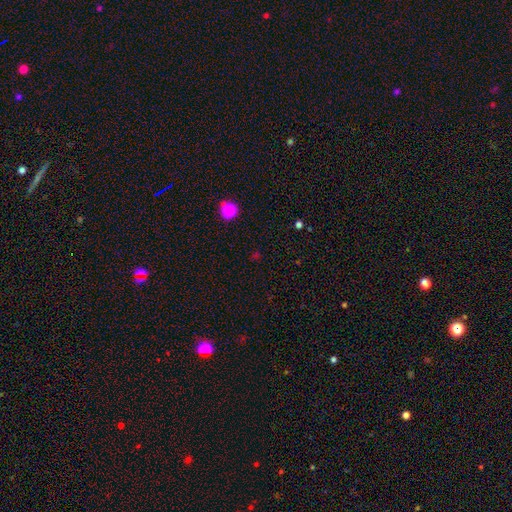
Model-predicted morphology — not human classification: star or artifact 49%, smooth 45%, featured or disk 7%.